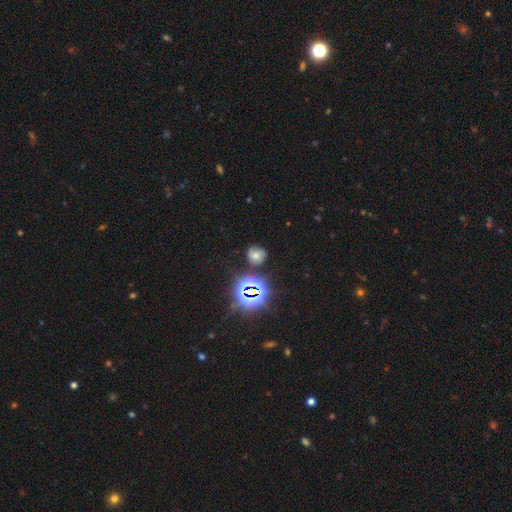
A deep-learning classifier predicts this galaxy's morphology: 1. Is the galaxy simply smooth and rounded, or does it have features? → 51% smooth, 32% star or artifact, 18% featured or disk.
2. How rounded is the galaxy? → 78% round, 21% in between, 1% cigar-shaped.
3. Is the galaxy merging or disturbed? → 73% none, 17% minor disturbance, 6% major disturbance, 4% merger.